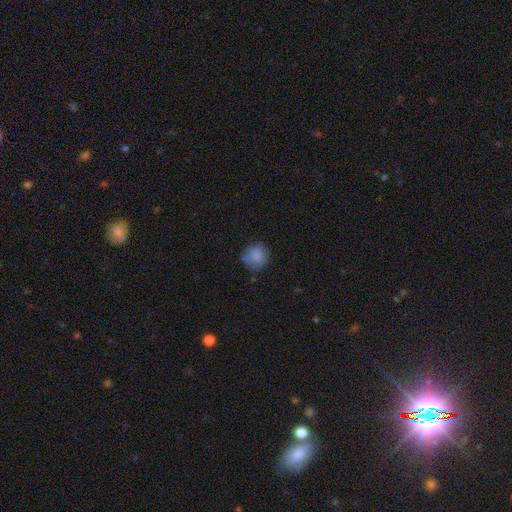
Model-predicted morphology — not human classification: The model was most divided on "merging": none: 75%, minor disturbance: 19%, major disturbance: 5%, merger: 2%. More confident: how rounded — round (89%); smooth or featured — smooth (82%).